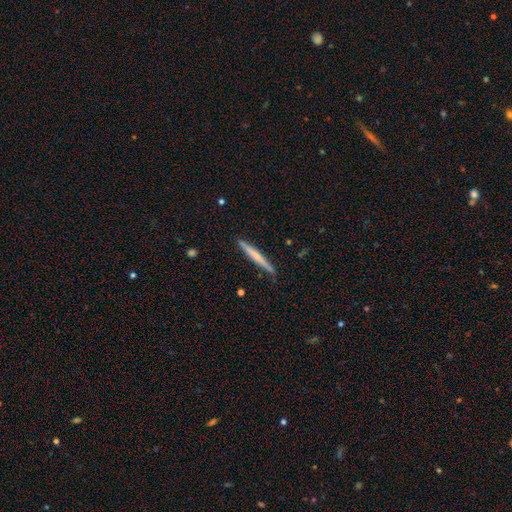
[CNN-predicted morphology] Smooth or featured? smooth (49%)
Merging? none (89%)